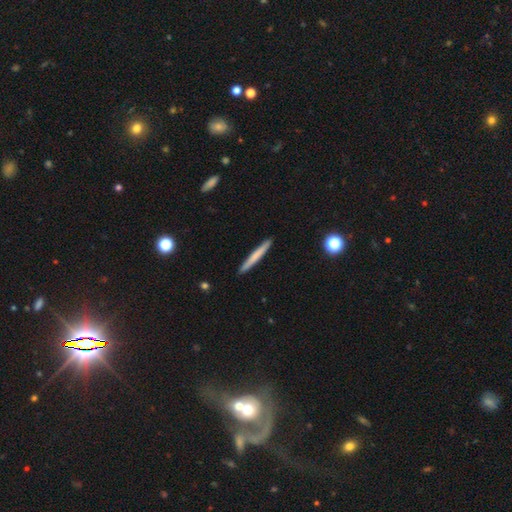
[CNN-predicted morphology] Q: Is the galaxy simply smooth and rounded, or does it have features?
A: smooth — 65%.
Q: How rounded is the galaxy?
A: cigar-shaped — 97%.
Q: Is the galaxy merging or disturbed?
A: none — 92%.